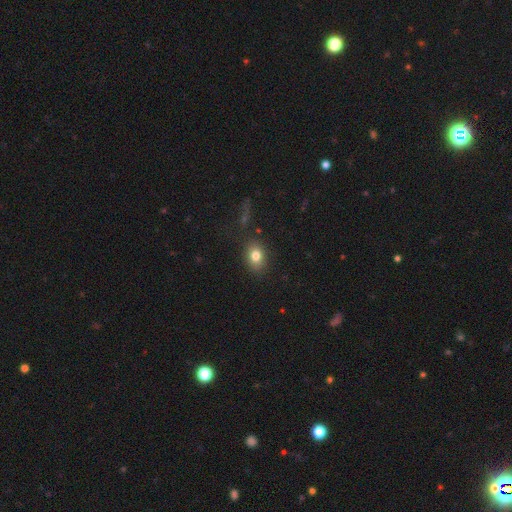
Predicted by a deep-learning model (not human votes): smooth 79%, star or artifact 11%, featured or disk 10%. Down the decision tree: how rounded — in between (62%); merging — none (83%).